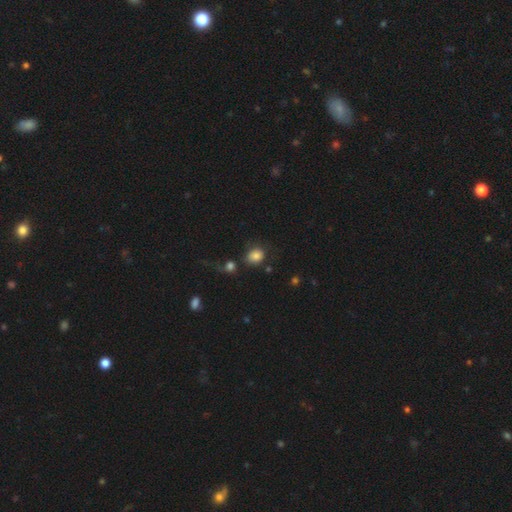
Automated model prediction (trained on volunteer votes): smooth_or_featured: smooth (p=0.82) [alt: star or artifact p=0.11]
how_rounded: round (p=0.58) [alt: in between p=0.41]
merging: none (p=0.66) [alt: minor disturbance p=0.15]